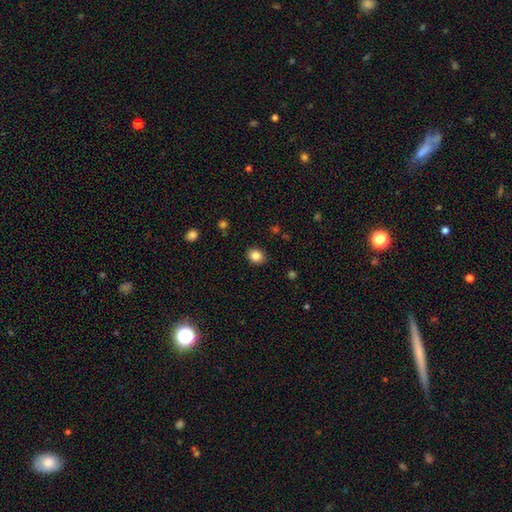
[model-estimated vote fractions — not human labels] Smooth or featured: smooth — 85% (star or artifact — 10%)
How rounded: round — 59% (in between — 40%)
Merging: none — 88% (minor disturbance — 8%)